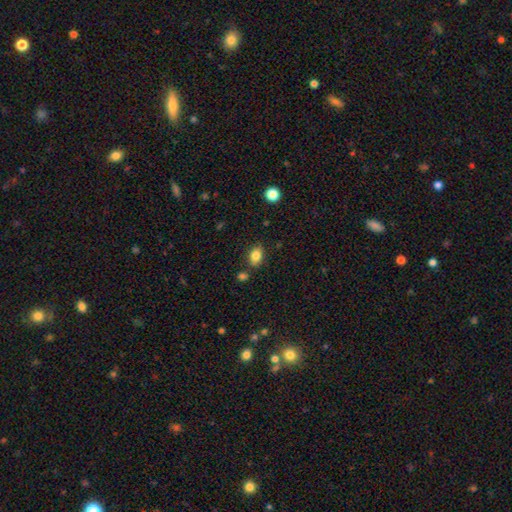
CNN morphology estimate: Smooth or featured? Predicted: smooth (p=0.84). How rounded? Predicted: in between (p=0.81). Merging? Predicted: none (p=0.79).